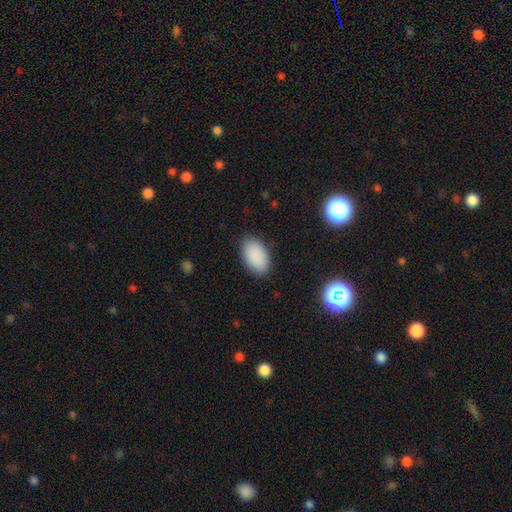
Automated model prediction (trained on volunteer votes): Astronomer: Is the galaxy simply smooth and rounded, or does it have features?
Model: smooth — 90%.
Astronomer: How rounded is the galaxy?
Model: in between — 94%.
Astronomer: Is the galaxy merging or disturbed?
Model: none — 87%.